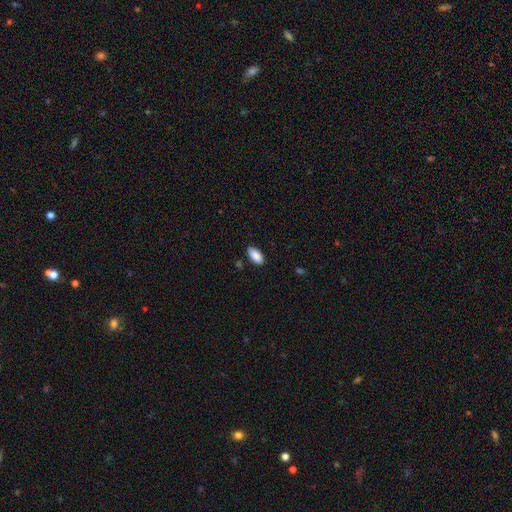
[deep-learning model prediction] Smooth or featured?
  - smooth: 89% *
  - star or artifact: 7%
  - featured or disk: 4%
How rounded?
  - in between: 93% *
  - cigar-shaped: 6%
  - round: 2%
Merging?
  - none: 84% *
  - minor disturbance: 12%
  - major disturbance: 2%
  - merger: 2%